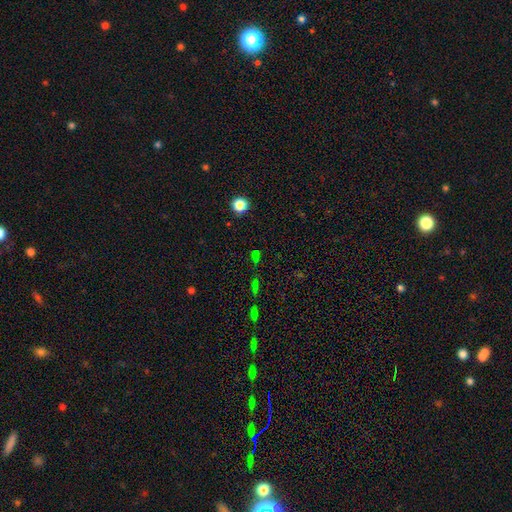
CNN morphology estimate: Smooth or featured: star or artifact — 59% (smooth — 33%)